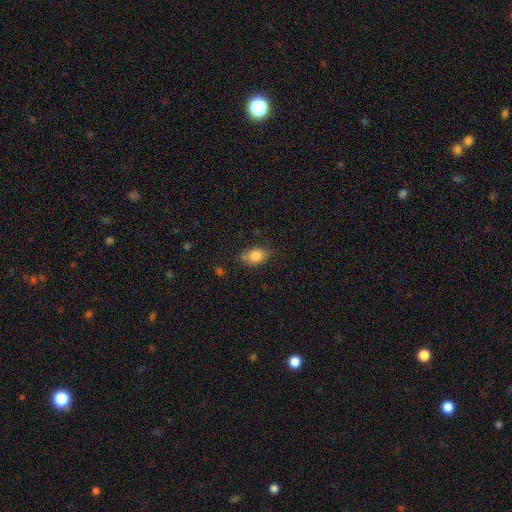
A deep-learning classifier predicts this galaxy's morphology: Smooth or featured? smooth (83%)
How rounded? in between (82%)
Merging? none (73%)